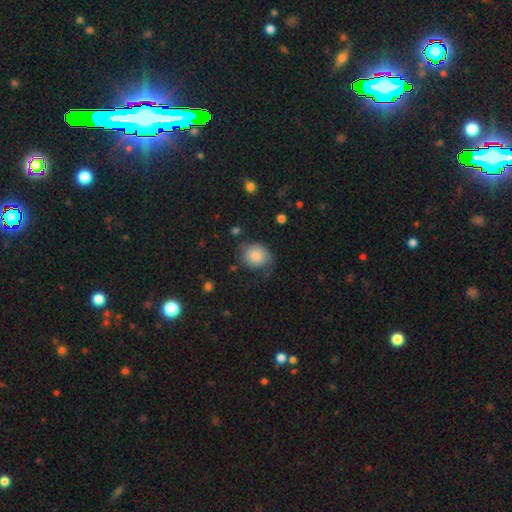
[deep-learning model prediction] smooth 78%, featured or disk 14%, star or artifact 8%. Down the decision tree: how rounded — round (69%); merging — none (54%).